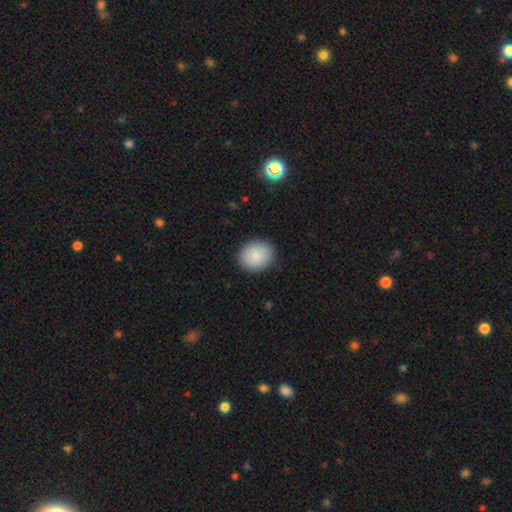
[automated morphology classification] A smooth galaxy with no disk features (88%) that is round (69%).

Vote fractions:
- Smooth or featured? smooth: 88% / star or artifact: 7% / featured or disk: 5%
- How rounded? round: 69% / in between: 31% / cigar-shaped: 1%
- Merging? none: 89% / minor disturbance: 8% / major disturbance: 2% / merger: 1%